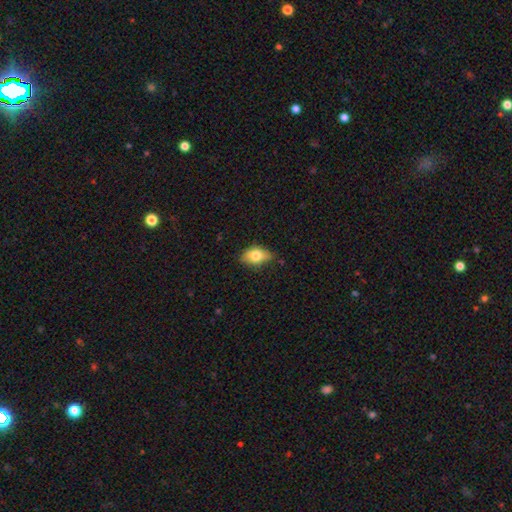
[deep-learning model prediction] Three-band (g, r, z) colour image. It shows a smooth galaxy with no disk features (74%) that is in between round and cigar-shaped (85%). Merging: none (64%).